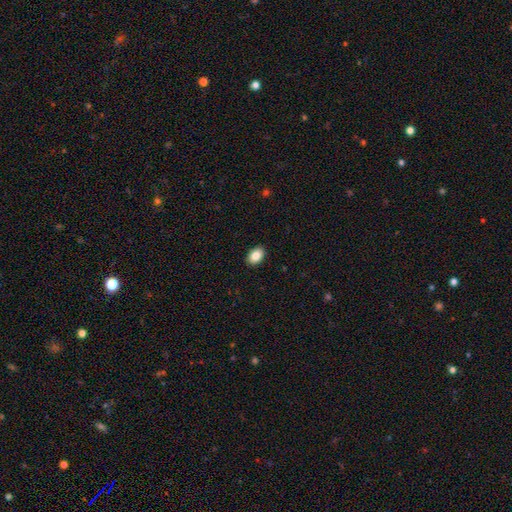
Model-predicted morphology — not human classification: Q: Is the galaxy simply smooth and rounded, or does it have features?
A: smooth — 87%.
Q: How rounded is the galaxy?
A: in between — 85%.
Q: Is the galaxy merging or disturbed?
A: none — 90%.